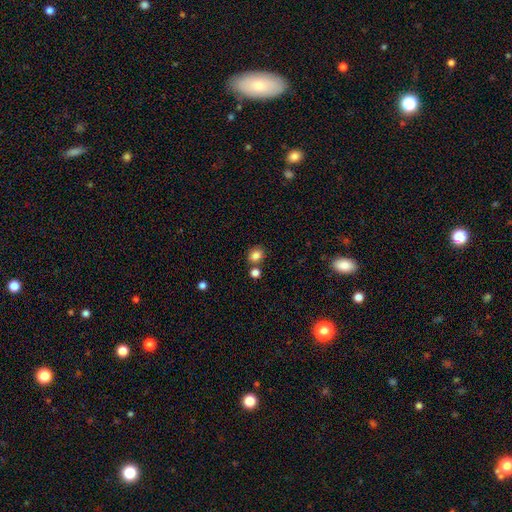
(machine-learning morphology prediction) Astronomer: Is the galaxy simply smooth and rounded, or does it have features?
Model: smooth — 83%.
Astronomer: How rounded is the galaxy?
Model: round — 66%.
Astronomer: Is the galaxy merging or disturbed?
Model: none — 70%.